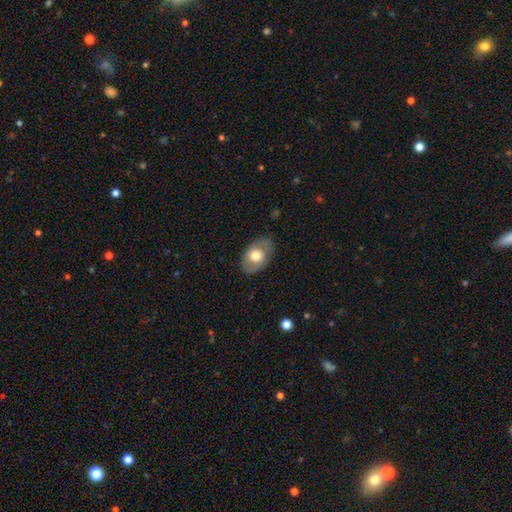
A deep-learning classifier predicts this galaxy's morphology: A smooth galaxy with no disk features (56%) that is in between round and cigar-shaped (85%). Merging: none (78%).